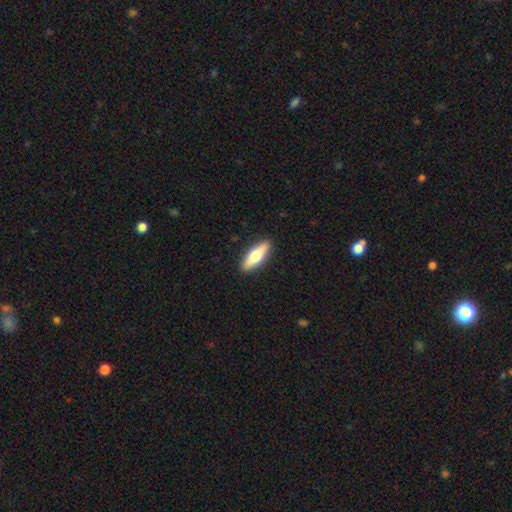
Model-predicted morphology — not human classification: This is possibly a smooth galaxy (57%). How rounded: possibly cigar-shaped (54%). Merging: clearly none (91%).